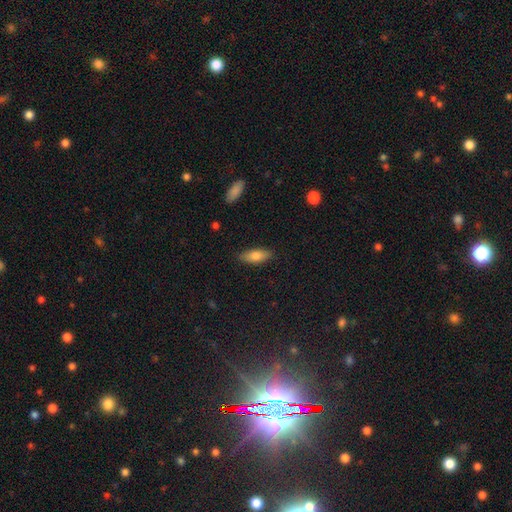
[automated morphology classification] smooth-or-featured: smooth: 78% | featured or disk: 16% | star or artifact: 7%
  how-rounded: in between: 71% | cigar-shaped: 27% | round: 2%
  merging: none: 86% | minor disturbance: 10% | major disturbance: 2% | merger: 1%